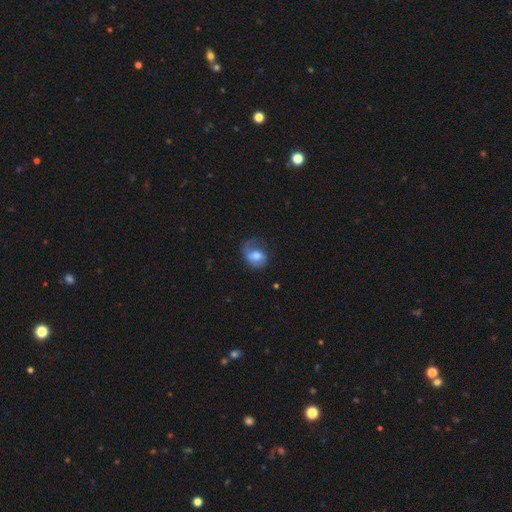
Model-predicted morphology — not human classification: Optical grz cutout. It shows a smooth galaxy with no disk features (54%) that is in between round and cigar-shaped (57%). Merging: none (41%).